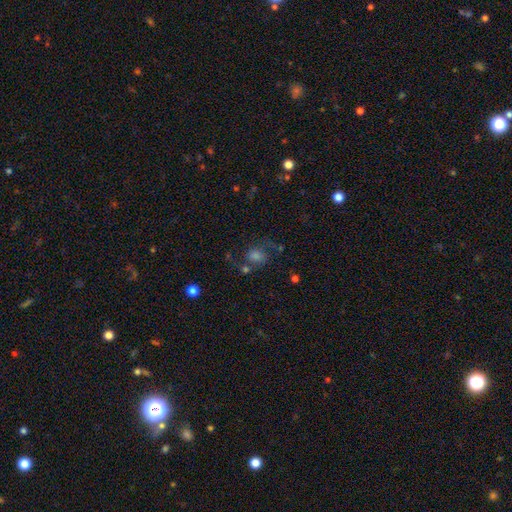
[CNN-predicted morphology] Q: Smooth or featured?
A: featured or disk (44%); runner-up: smooth (33%)
Q: Merging?
A: none (56%); runner-up: major disturbance (18%)